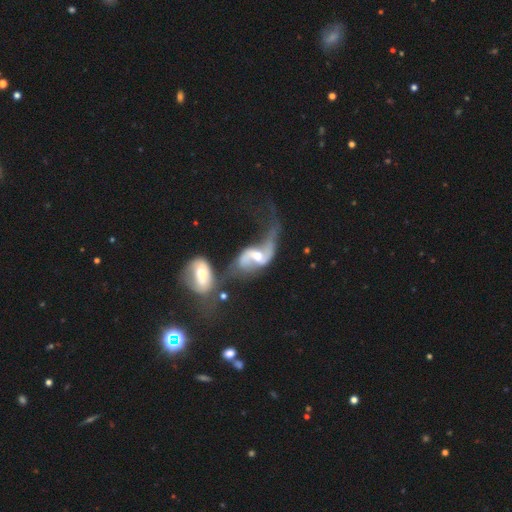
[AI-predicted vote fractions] A featured or disk galaxy (85%) with a weak bar (47%), 2 (86%) loose (78%) spiral arms (91%) and a moderate central bulge (54%).

Vote fractions:
- Smooth or featured? featured or disk: 85% / smooth: 9% / star or artifact: 6%
- Edge-on disk? no: 96% / yes: 4%
- Bar? weak: 47% / no: 30% / strong: 23%
- Spiral arms? yes: 91% / no: 9%
- Spiral winding? loose: 78% / medium: 17% / tight: 5%
- Spiral arm count? 2: 86% / 1: 6% / can't tell: 4% / 3: 1% / 4: 1% / more than 4: 1%
- Bulge size? moderate: 54% / small: 24% / large: 13% / none: 7% / dominant: 2%
- Merging? merger: 53% / major disturbance: 22% / none: 16% / minor disturbance: 9%